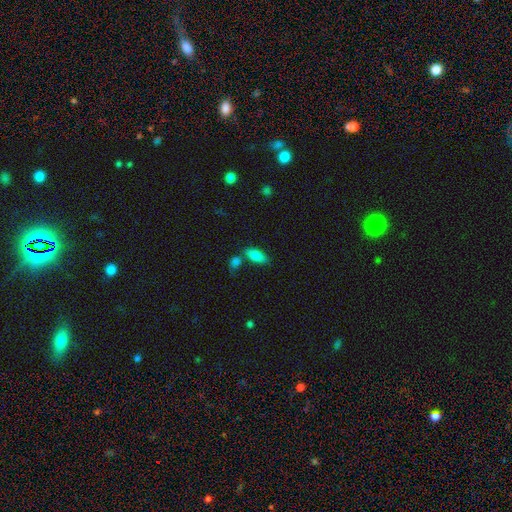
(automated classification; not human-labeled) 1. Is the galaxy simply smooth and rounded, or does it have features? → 80% smooth, 12% featured or disk, 8% star or artifact.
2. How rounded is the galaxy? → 85% in between, 12% cigar-shaped, 3% round.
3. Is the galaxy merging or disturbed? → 67% none, 16% merger, 13% minor disturbance, 4% major disturbance.